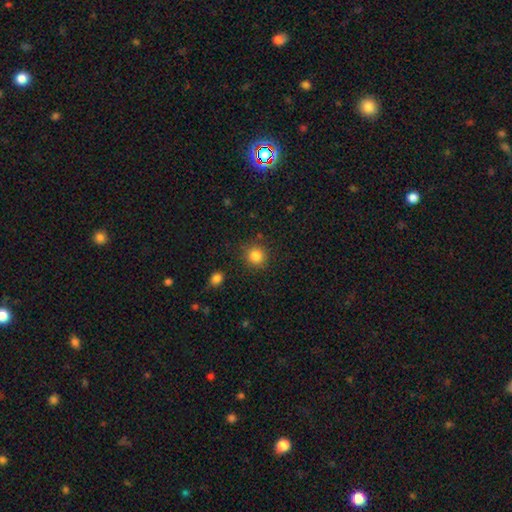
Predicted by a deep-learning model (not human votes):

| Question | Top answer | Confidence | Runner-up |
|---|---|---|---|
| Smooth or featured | smooth | 85% | star or artifact (11%) |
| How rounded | round | 91% | in between (8%) |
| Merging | none | 87% | minor disturbance (8%) |